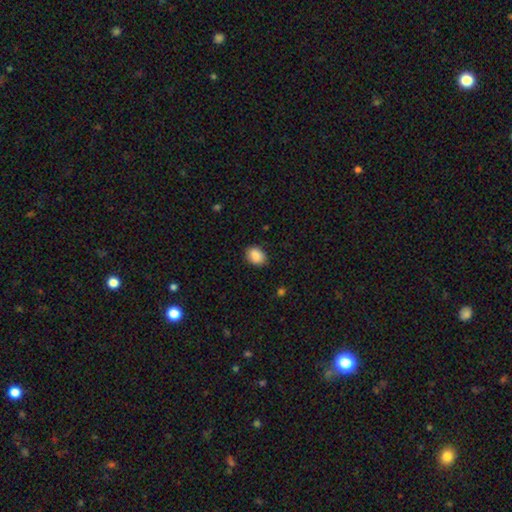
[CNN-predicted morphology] Smooth or featured? smooth (89%)
How rounded? in between (68%)
Merging? none (86%)